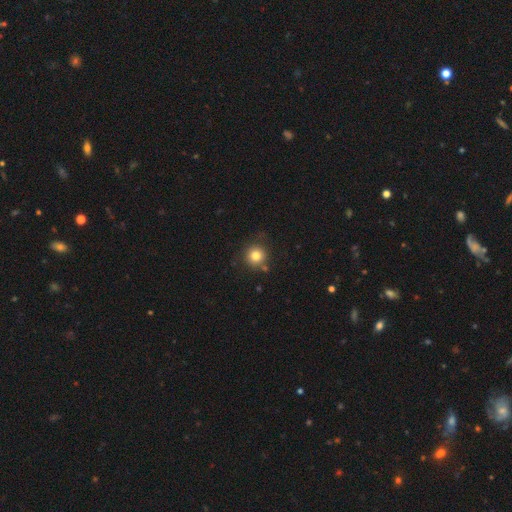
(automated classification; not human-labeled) This is clearly a smooth galaxy (81%). How rounded: clearly round (93%). Merging: clearly none (80%).